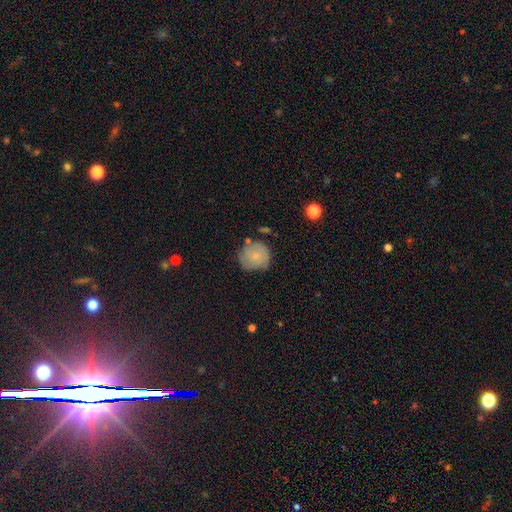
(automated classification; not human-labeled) smooth-or-featured: smooth: 68% | featured or disk: 24% | star or artifact: 8%
  how-rounded: round: 90% | in between: 9% | cigar-shaped: 1%
  merging: none: 69% | minor disturbance: 22% | major disturbance: 5% | merger: 4%